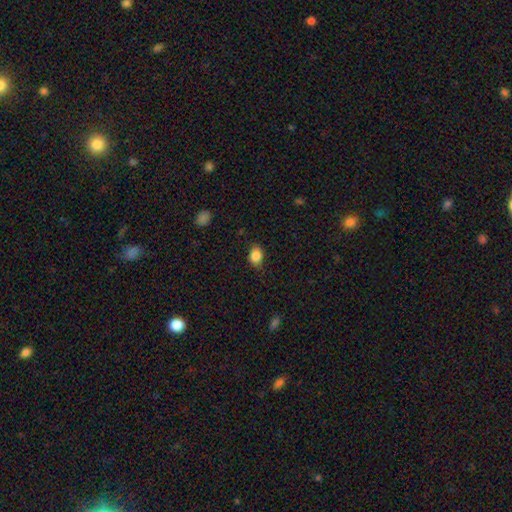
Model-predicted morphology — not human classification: smooth 86%, star or artifact 9%, featured or disk 5%. Down the decision tree: how rounded — in between (62%); merging — none (79%).